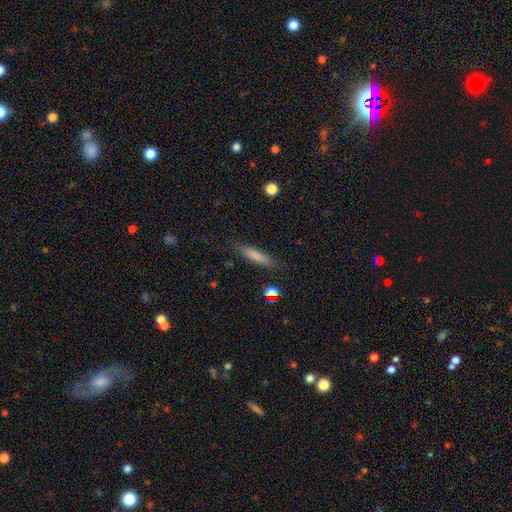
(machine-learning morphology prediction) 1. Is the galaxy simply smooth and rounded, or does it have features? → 78% smooth, 13% featured or disk, 8% star or artifact.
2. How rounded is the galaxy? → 78% cigar-shaped, 20% in between, 2% round.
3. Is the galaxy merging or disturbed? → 83% none, 13% minor disturbance, 3% major disturbance, 2% merger.